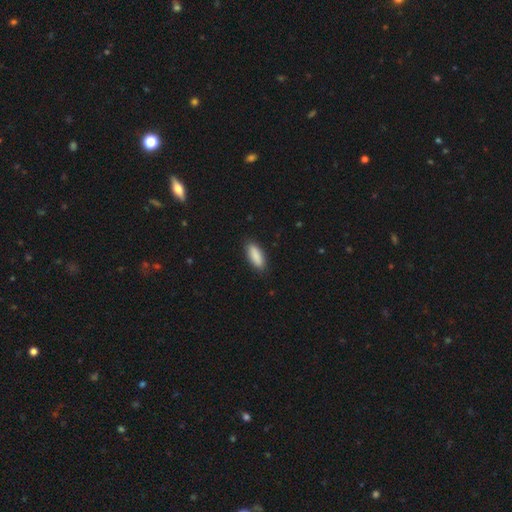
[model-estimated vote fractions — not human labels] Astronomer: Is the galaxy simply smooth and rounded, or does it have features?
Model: smooth — 89%.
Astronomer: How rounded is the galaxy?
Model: in between — 69%.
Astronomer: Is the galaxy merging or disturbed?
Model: none — 88%.